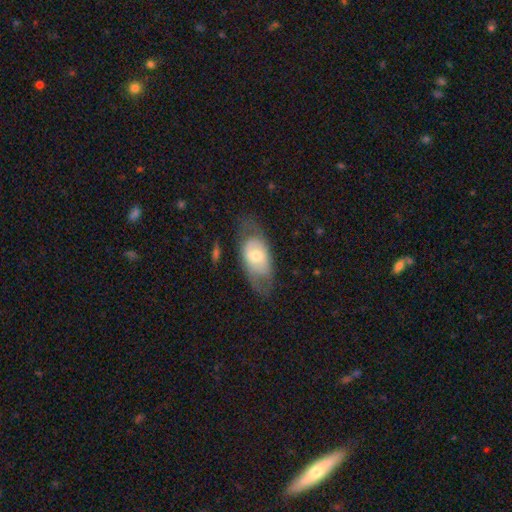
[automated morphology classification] Smooth or featured? Predicted: smooth (p=0.49). Merging? Predicted: none (p=0.57).